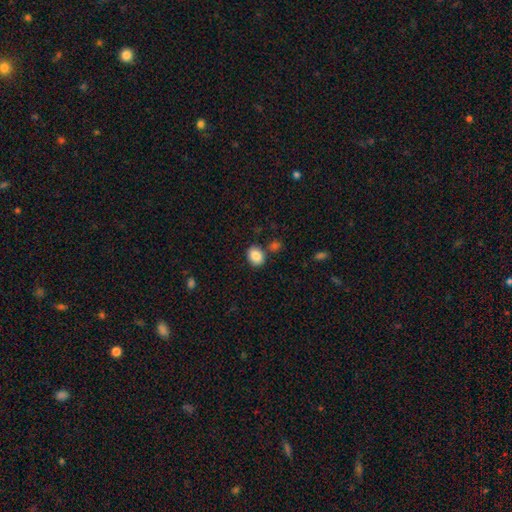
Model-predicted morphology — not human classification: Smooth or featured?
  - smooth: 87% *
  - star or artifact: 8%
  - featured or disk: 5%
How rounded?
  - in between: 60% *
  - round: 39%
  - cigar-shaped: 1%
Merging?
  - none: 77% *
  - minor disturbance: 11%
  - merger: 8%
  - major disturbance: 3%